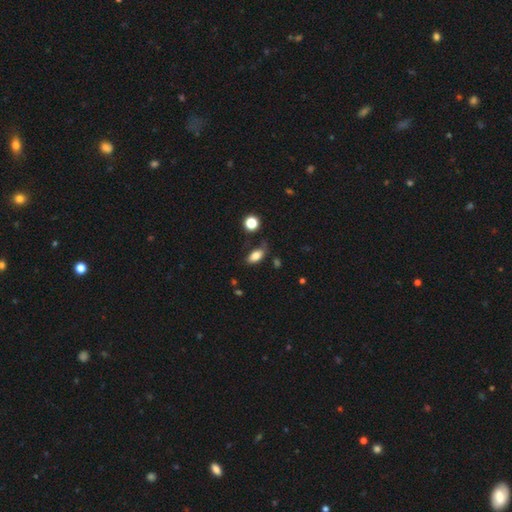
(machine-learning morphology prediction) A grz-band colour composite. It shows a smooth galaxy with no disk features (82%) that is in between round and cigar-shaped (87%). Merging: none (64%).